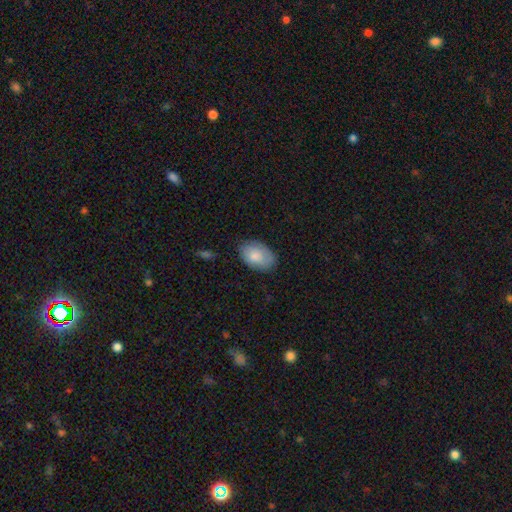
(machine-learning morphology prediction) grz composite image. It shows a smooth galaxy with no disk features (79%) that is in between round and cigar-shaped (91%). Merging: none (77%).